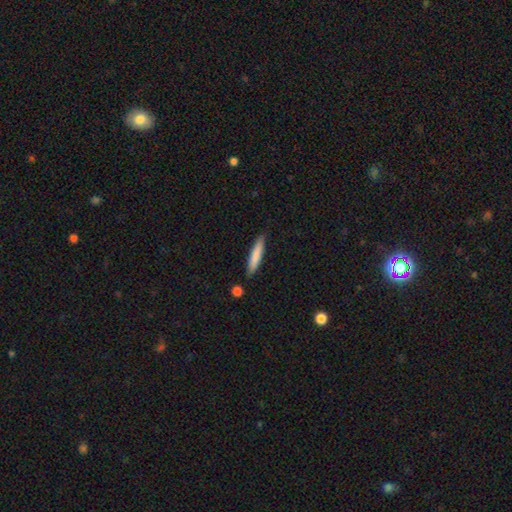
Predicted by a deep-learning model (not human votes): Q: Smooth or featured?
A: smooth (79%); runner-up: featured or disk (16%)
Q: How rounded?
A: cigar-shaped (89%); runner-up: in between (9%)
Q: Merging?
A: none (85%); runner-up: minor disturbance (10%)